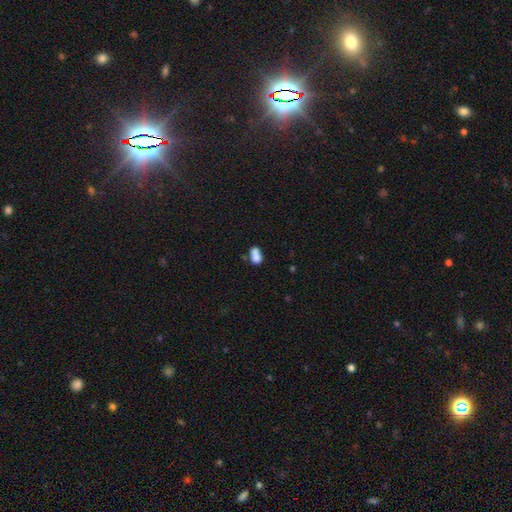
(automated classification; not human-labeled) Smooth or featured? Predicted: smooth (p=0.76). How rounded? Predicted: in between (p=0.77). Merging? Predicted: merger (p=0.46).